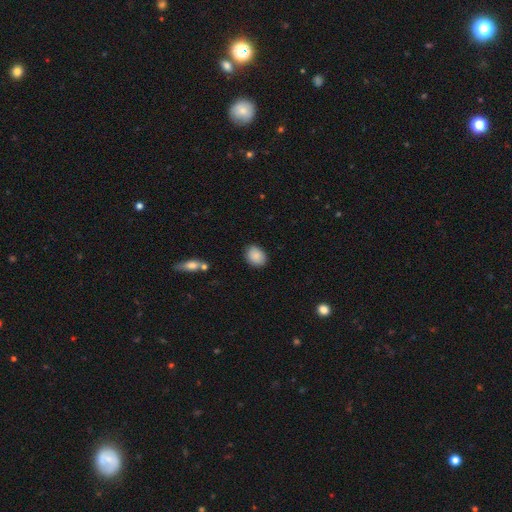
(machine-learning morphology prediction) type=smooth (88%); roundness=in between (55%); merging=none (86%).